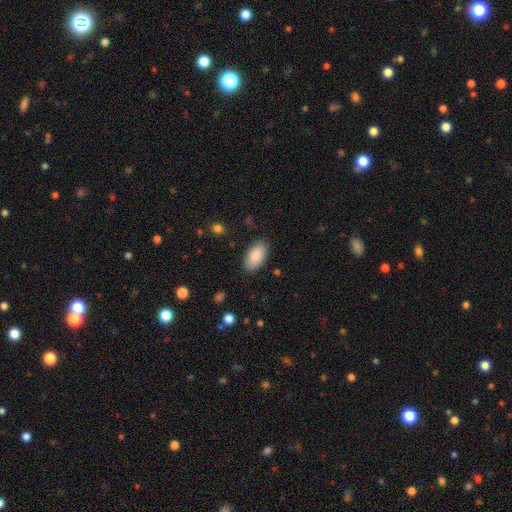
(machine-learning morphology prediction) The model was most divided on "merging": none: 86%, minor disturbance: 10%, major disturbance: 2%, merger: 1%. More confident: how rounded — in between (95%); smooth or featured — smooth (86%).